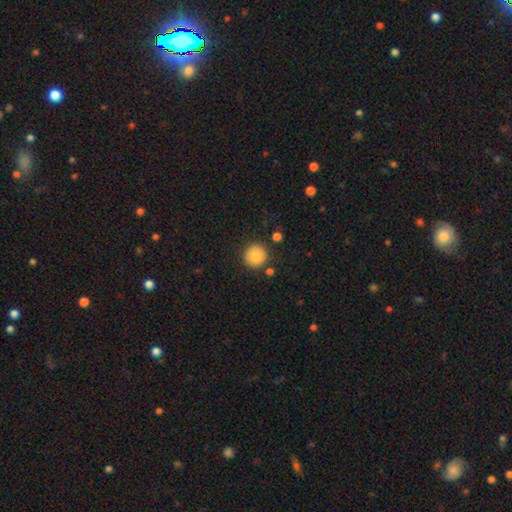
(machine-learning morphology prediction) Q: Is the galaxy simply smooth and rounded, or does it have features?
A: smooth — 82%.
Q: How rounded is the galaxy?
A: round — 95%.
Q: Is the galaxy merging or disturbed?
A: none — 87%.